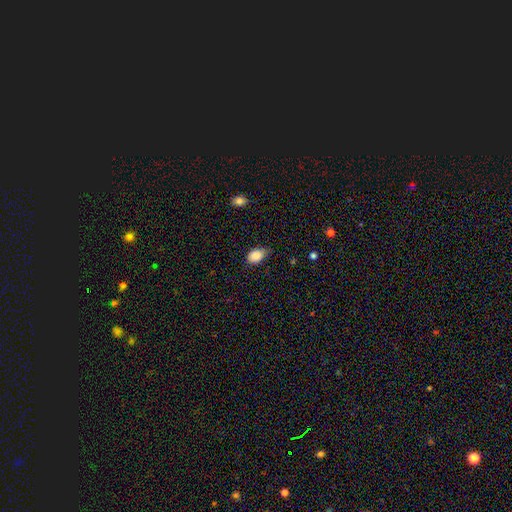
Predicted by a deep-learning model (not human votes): A smooth galaxy with no disk features (88%) that is in between round and cigar-shaped (82%). Merging: none (59%).